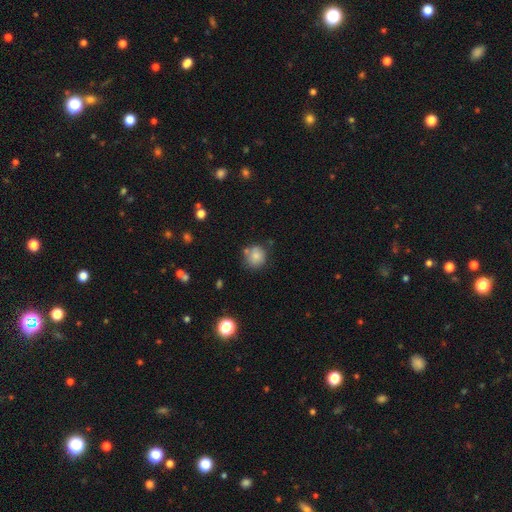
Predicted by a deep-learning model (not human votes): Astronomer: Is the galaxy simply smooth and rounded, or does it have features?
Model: smooth — 78%.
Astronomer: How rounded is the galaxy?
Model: round — 85%.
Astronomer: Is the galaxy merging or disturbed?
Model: none — 64%.